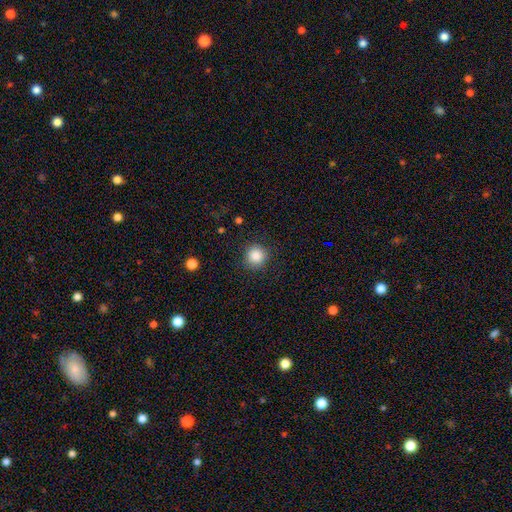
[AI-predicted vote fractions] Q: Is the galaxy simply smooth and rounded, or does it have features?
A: smooth — 86%.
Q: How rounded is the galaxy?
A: round — 93%.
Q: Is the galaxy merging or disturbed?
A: none — 89%.